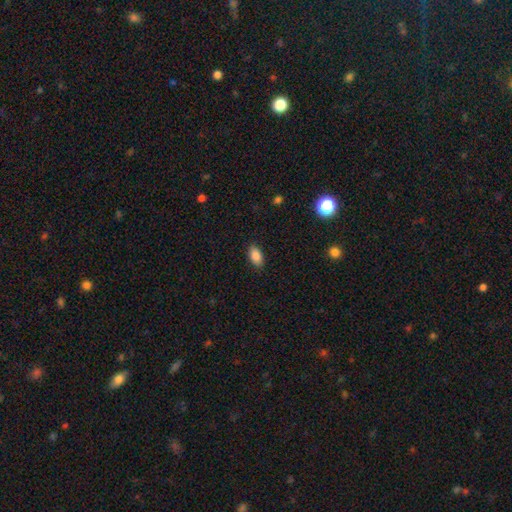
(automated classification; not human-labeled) A smooth galaxy with no disk features (87%) that is in between round and cigar-shaped (92%).

Vote fractions:
- Smooth or featured? smooth: 87% / star or artifact: 8% / featured or disk: 5%
- How rounded? in between: 92% / round: 5% / cigar-shaped: 3%
- Merging? none: 87% / minor disturbance: 9% / major disturbance: 2% / merger: 1%